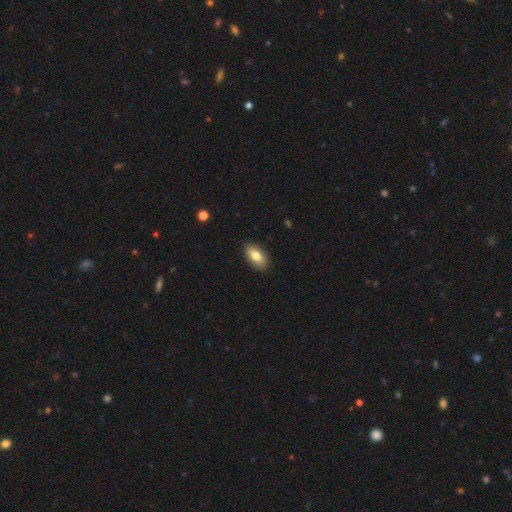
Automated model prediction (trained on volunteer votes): This appears to be a smooth galaxy with no disk features (78%) that is in between round and cigar-shaped (90%). Merging: none (88%).